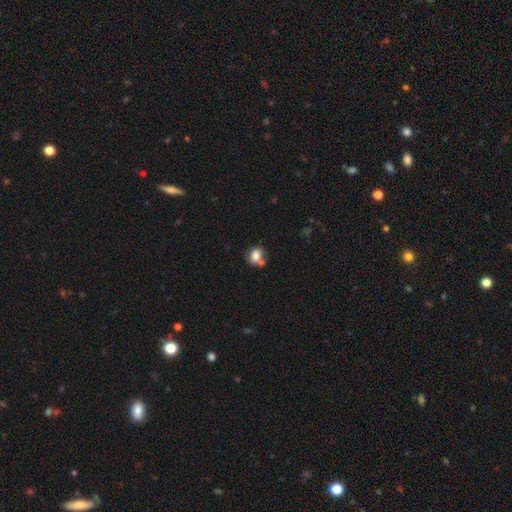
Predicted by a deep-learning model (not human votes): Morphology: type=smooth (81%); roundness=round (56%); merging=none (56%).